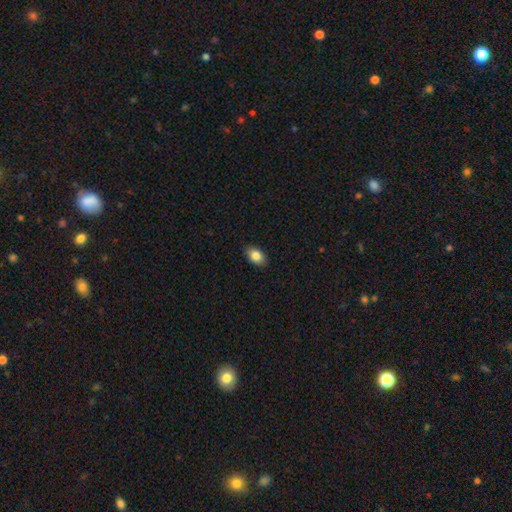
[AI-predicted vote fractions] Overall: smooth (85%). How rounded: in between (90%). Merging: none (88%).